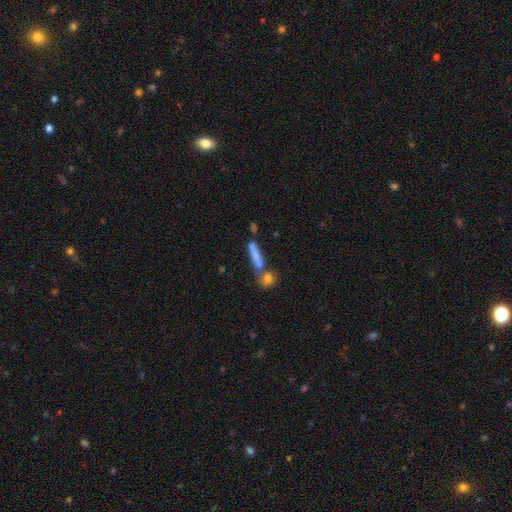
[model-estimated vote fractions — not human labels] Smooth or featured: smooth — 72% (featured or disk — 19%)
How rounded: cigar-shaped — 79% (in between — 18%)
Merging: none — 51% (merger — 32%)